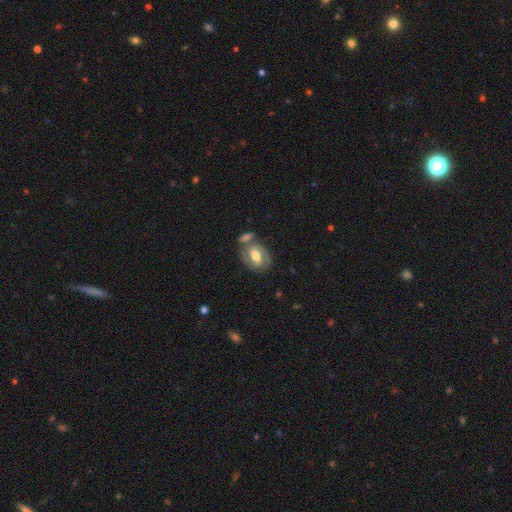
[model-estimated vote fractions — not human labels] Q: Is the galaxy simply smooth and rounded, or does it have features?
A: smooth — 49%.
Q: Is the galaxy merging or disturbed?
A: none — 53%.